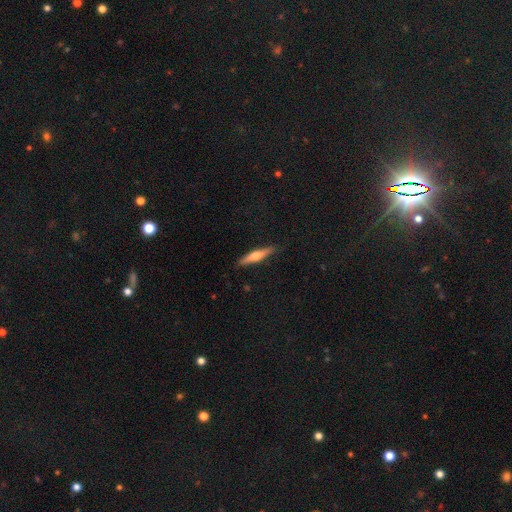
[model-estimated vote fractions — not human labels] Smooth or featured: featured or disk — 49% (smooth — 46%)
Merging: none — 87% (minor disturbance — 10%)